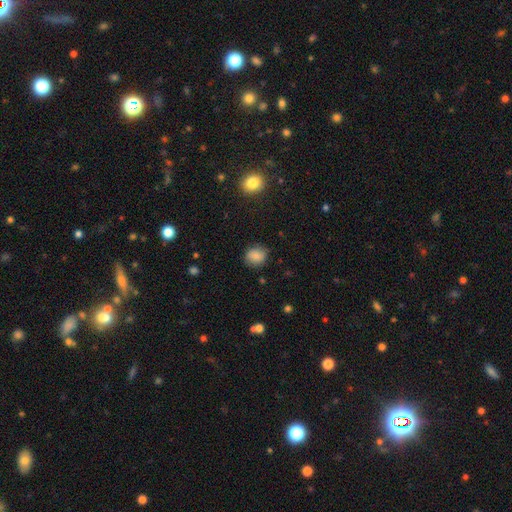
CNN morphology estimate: Smooth or featured: smooth — 83% (star or artifact — 9%)
How rounded: round — 75% (in between — 24%)
Merging: none — 83% (minor disturbance — 12%)